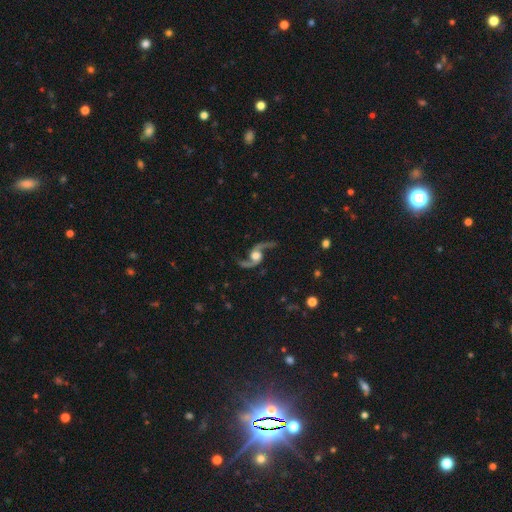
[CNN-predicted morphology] Smooth or featured?
  - featured or disk: 92% *
  - star or artifact: 5%
  - smooth: 4%
Edge-on disk?
  - no: 96% *
  - yes: 4%
Bar?
  - no: 66% *
  - weak: 25%
  - strong: 9%
Spiral arms?
  - yes: 98% *
  - no: 2%
Spiral winding?
  - loose: 81% *
  - medium: 16%
  - tight: 3%
Spiral arm count?
  - 2: 95% *
  - 1: 1%
  - can't tell: 1%
  - 3: 1%
  - 4: 1%
  - more than 4: 1%
Bulge size?
  - moderate: 44% *
  - large: 40%
  - small: 8%
  - dominant: 5%
  - none: 3%
Merging?
  - none: 81% *
  - minor disturbance: 11%
  - major disturbance: 6%
  - merger: 2%